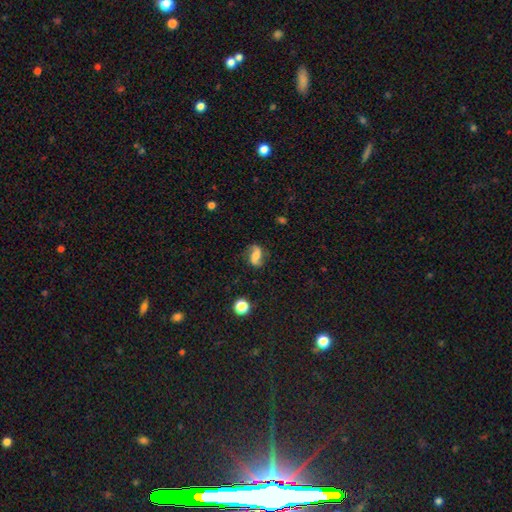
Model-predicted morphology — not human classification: Smooth or featured?
  - featured or disk: 67% *
  - smooth: 23%
  - star or artifact: 10%
Edge-on disk?
  - no: 96% *
  - yes: 4%
Bar?
  - weak: 37% *
  - no: 34%
  - strong: 29%
Spiral arms?
  - yes: 94% *
  - no: 6%
Spiral winding?
  - loose: 62% *
  - medium: 29%
  - tight: 10%
Spiral arm count?
  - 2: 91% *
  - 1: 3%
  - can't tell: 3%
  - 3: 1%
  - 4: 1%
  - more than 4: 1%
Bulge size?
  - moderate: 30% *
  - small: 26%
  - none: 24%
  - large: 17%
  - dominant: 4%
Merging?
  - none: 76% *
  - minor disturbance: 15%
  - major disturbance: 7%
  - merger: 2%